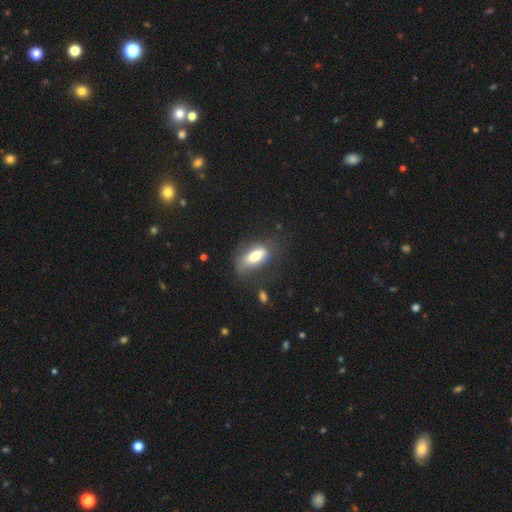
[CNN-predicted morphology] A smooth galaxy with no disk features (65%) that is in between round and cigar-shaped (82%).

Vote fractions:
- Smooth or featured? smooth: 65% / featured or disk: 28% / star or artifact: 8%
- How rounded? in between: 82% / cigar-shaped: 13% / round: 5%
- Merging? none: 59% / minor disturbance: 23% / major disturbance: 15% / merger: 3%